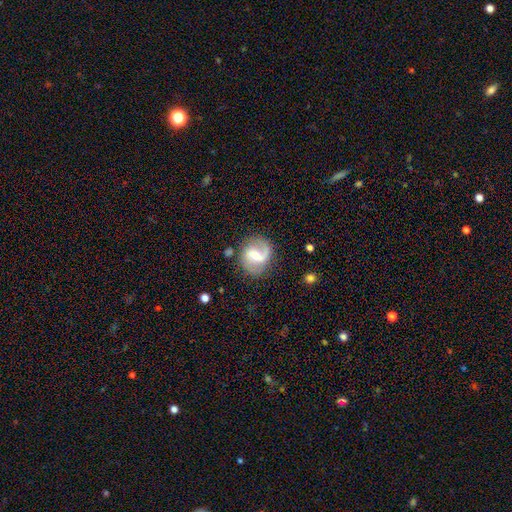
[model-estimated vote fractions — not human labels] Q: Smooth or featured?
A: featured or disk (79%); runner-up: smooth (15%)
Q: Edge-on disk?
A: no (98%); runner-up: yes (2%)
Q: Bar?
A: weak (54%); runner-up: no (26%)
Q: Spiral arms?
A: yes (94%); runner-up: no (6%)
Q: Spiral winding?
A: medium (47%); runner-up: loose (37%)
Q: Spiral arm count?
A: 2 (75%); runner-up: 1 (18%)
Q: Bulge size?
A: moderate (47%); runner-up: small (44%)
Q: Merging?
A: none (73%); runner-up: minor disturbance (16%)